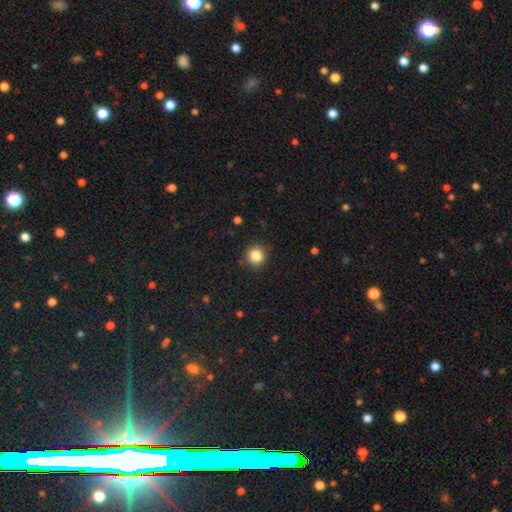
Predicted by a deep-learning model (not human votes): Smooth or featured: smooth — 85% (star or artifact — 11%)
How rounded: round — 94% (in between — 5%)
Merging: none — 91% (minor disturbance — 6%)